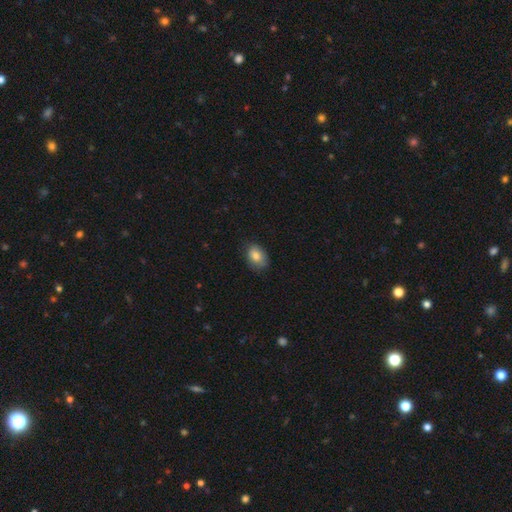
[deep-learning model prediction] This appears to be a smooth galaxy with no disk features (83%) that is in between round and cigar-shaped (79%). Merging: none (76%).